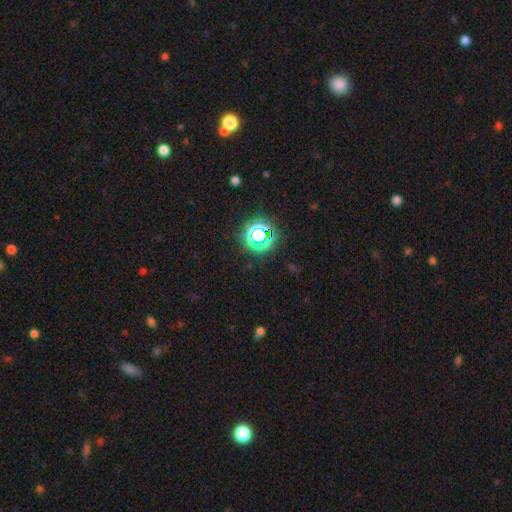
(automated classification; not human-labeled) Smooth or featured?
  - star or artifact: 70% *
  - smooth: 23%
  - featured or disk: 6%